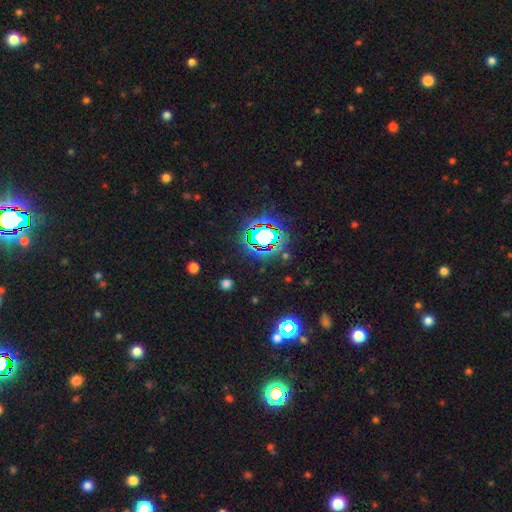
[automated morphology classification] Smooth or featured? Predicted: star or artifact (p=0.81).